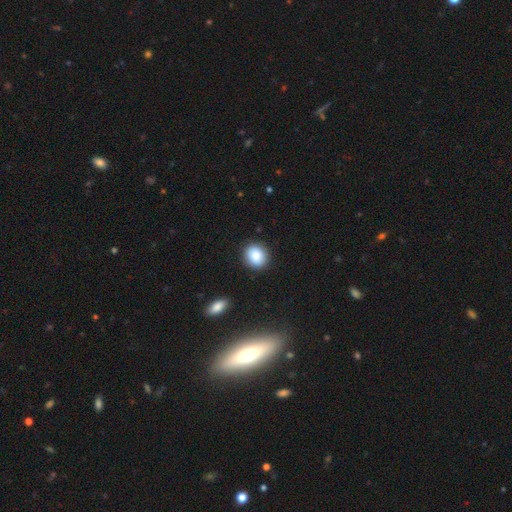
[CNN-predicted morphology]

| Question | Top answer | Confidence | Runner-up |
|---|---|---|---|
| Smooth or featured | smooth | 85% | star or artifact (8%) |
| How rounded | round | 73% | in between (26%) |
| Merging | none | 89% | minor disturbance (8%) |